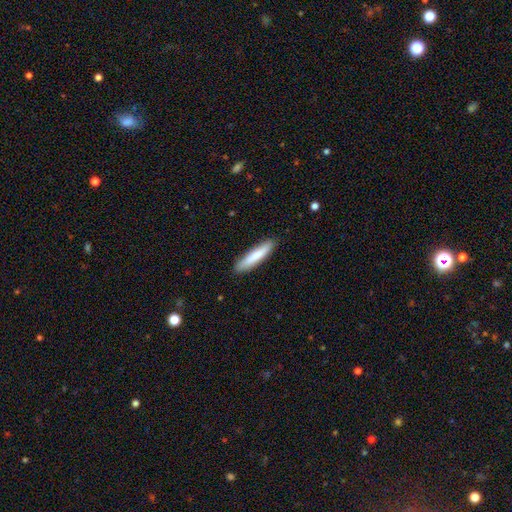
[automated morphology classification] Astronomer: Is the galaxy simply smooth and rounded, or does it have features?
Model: smooth — 80%.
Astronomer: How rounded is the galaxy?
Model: cigar-shaped — 86%.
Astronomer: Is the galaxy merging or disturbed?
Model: none — 88%.